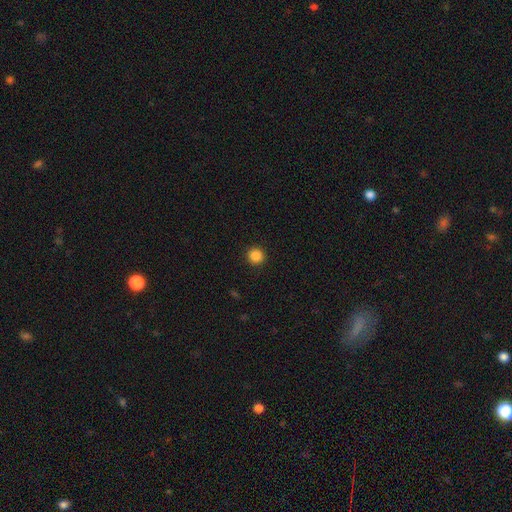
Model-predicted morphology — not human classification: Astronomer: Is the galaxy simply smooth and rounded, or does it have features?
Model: smooth — 86%.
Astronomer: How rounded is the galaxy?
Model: round — 95%.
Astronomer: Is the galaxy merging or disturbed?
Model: none — 93%.